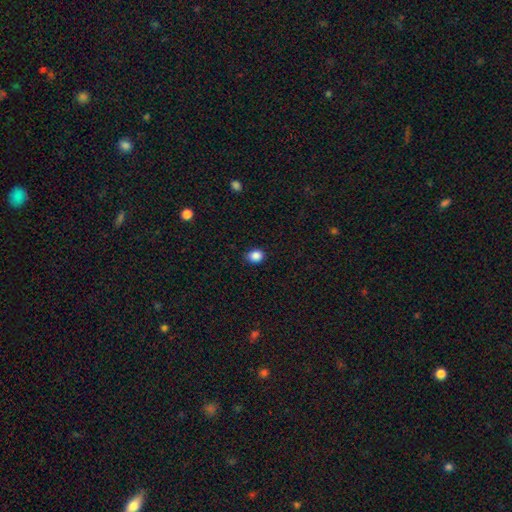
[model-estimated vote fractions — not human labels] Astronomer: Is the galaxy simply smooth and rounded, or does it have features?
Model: smooth — 87%.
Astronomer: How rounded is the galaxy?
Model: round — 56% (runner-up: in between, 43%).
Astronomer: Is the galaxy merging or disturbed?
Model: none — 86%.